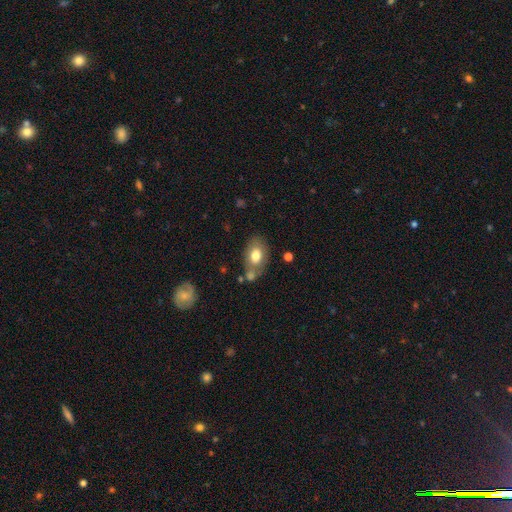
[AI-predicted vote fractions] Smooth or featured? smooth (74%)
How rounded? in between (81%)
Merging? none (58%)